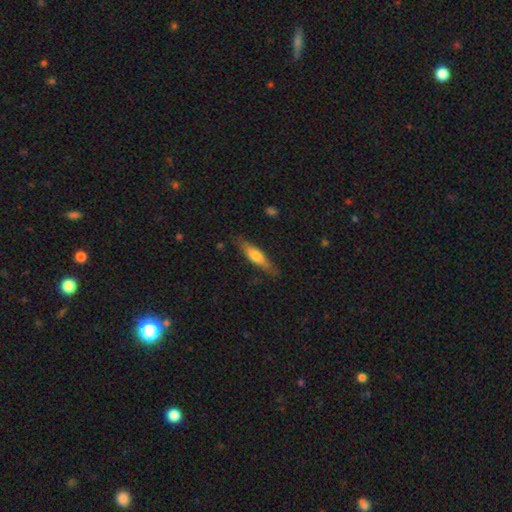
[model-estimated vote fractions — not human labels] Overall: smooth (54%; featured or disk 40%). How rounded: cigar-shaped (72%). Merging: none (82%).